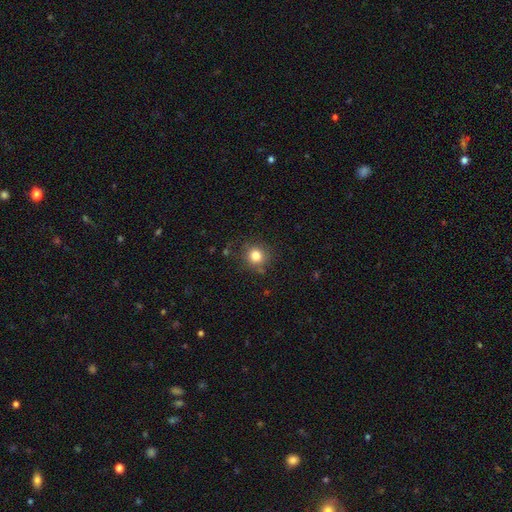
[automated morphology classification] Smooth or featured? Predicted: smooth (p=0.82). How rounded? Predicted: round (p=0.90). Merging? Predicted: none (p=0.81).